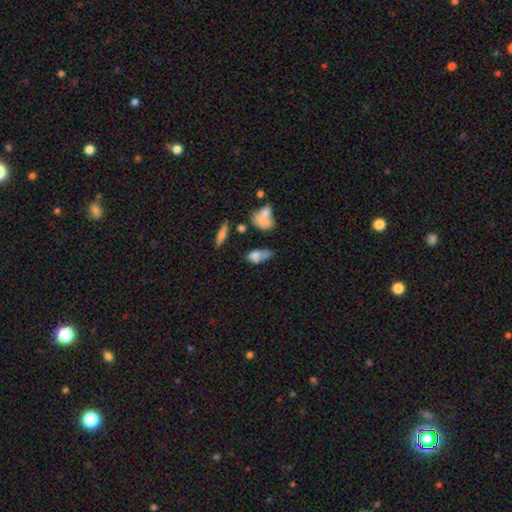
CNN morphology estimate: smooth_or_featured: smooth (p=0.63) [alt: featured or disk p=0.25]
how_rounded: in between (p=0.74) [alt: cigar-shaped p=0.15]
merging: none (p=0.30) [alt: merger p=0.26]